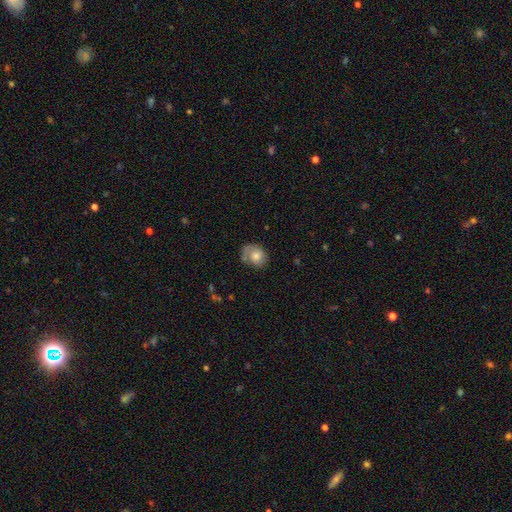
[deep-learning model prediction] A smooth galaxy with no disk features (57%) that is round (50%).

Vote fractions:
- Smooth or featured? smooth: 57% / featured or disk: 35% / star or artifact: 8%
- How rounded? round: 50% / in between: 49% / cigar-shaped: 1%
- Merging? none: 54% / minor disturbance: 27% / major disturbance: 16% / merger: 3%